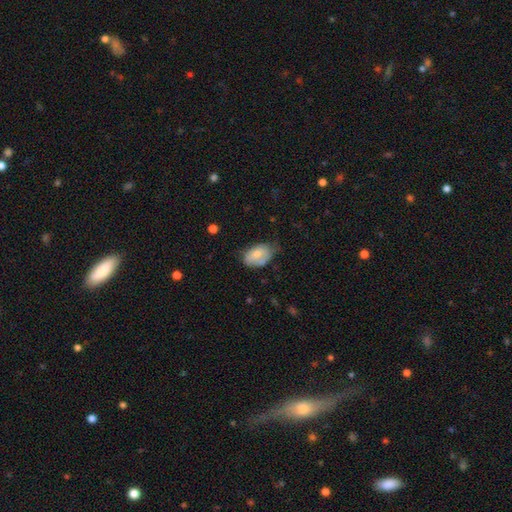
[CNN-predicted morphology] type=smooth (70%); roundness=in between (90%); merging=none (45%).